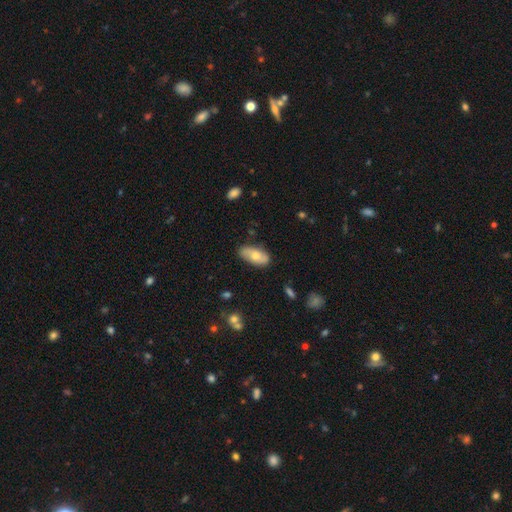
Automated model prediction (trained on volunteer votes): smooth 62%, featured or disk 32%, star or artifact 6%. Down the decision tree: how rounded — in between (90%); merging — none (78%).